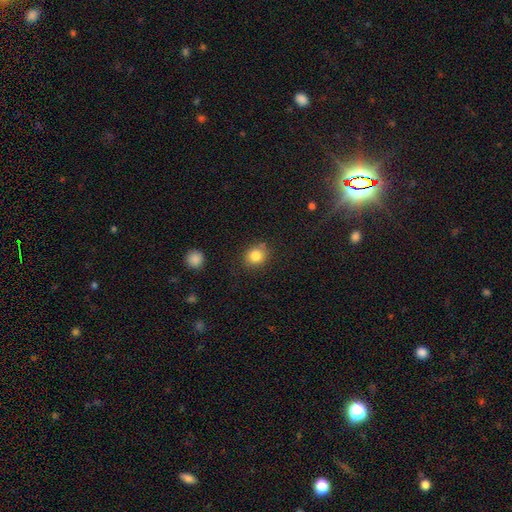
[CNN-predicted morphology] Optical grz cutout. It shows a smooth galaxy with no disk features (84%) that is round (75%). Merging: none (80%).